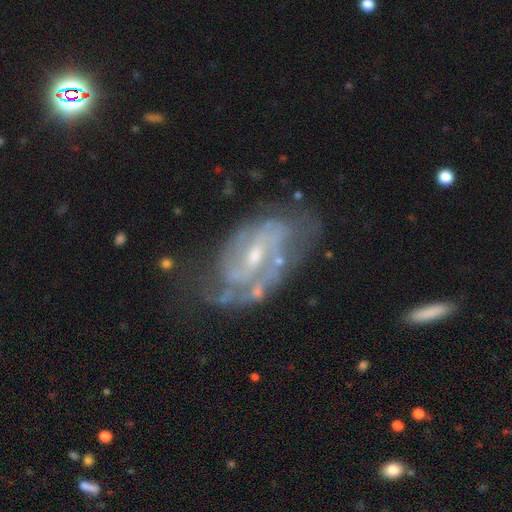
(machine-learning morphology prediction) type=featured or disk (84%); edge-on=no (96%); bar=weak (52%); spiral arms=yes (89%); winding=tight (45%); arm count=2 (47%); bulge=small (59%); merging=none (55%).